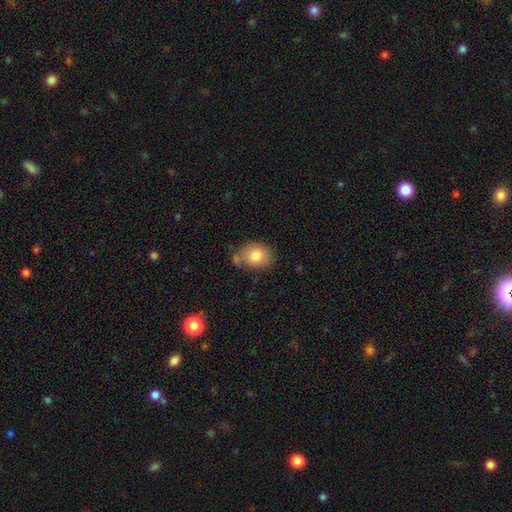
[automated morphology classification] The model was most divided on "how rounded": round: 50%, in between: 49%, cigar-shaped: 1%. More confident: smooth or featured — smooth (80%); merging — none (61%).